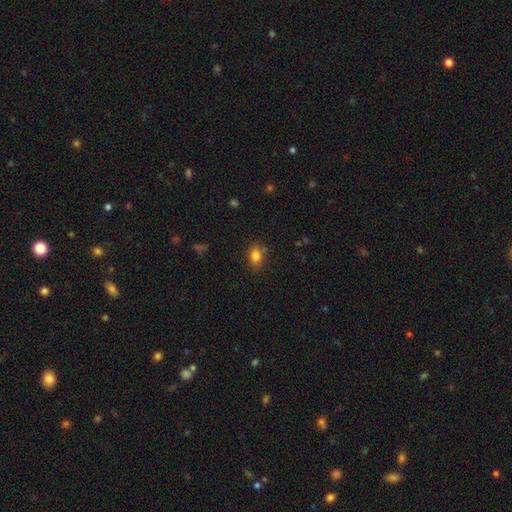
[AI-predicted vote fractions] smooth 83%, star or artifact 11%, featured or disk 6%. Down the decision tree: how rounded — in between (68%); merging — none (80%).